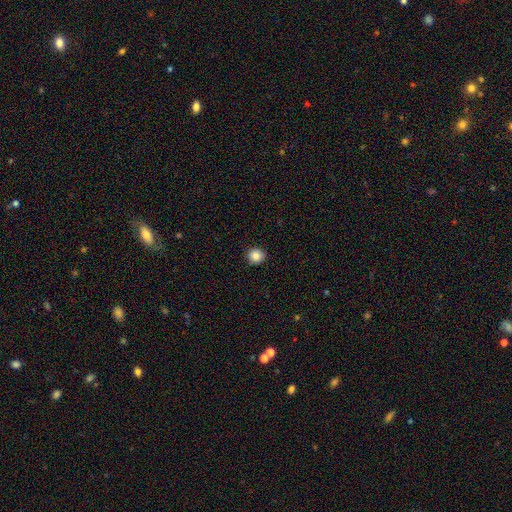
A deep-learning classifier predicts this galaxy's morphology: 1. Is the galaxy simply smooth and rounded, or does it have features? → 86% smooth, 10% star or artifact, 4% featured or disk.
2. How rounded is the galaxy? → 90% round, 9% in between, 1% cigar-shaped.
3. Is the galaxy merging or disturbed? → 92% none, 6% minor disturbance, 2% major disturbance, 1% merger.